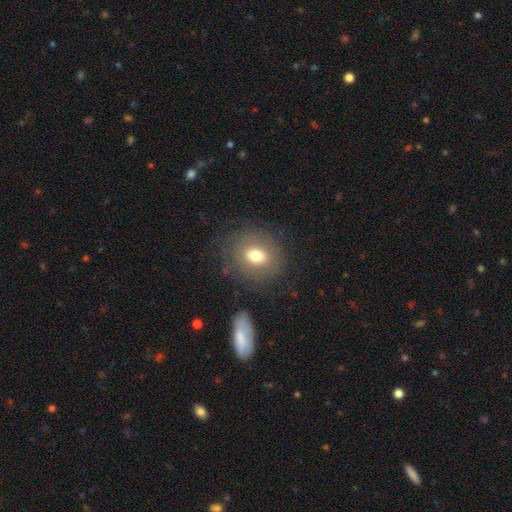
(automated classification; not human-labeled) Smooth or featured? smooth (67%)
How rounded? round (65%)
Merging? none (79%)